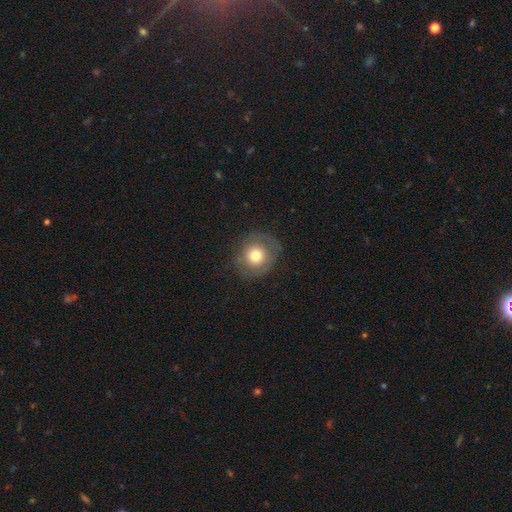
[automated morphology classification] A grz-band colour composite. It shows a smooth galaxy with no disk features (67%) that is round (85%). Merging: none (74%).